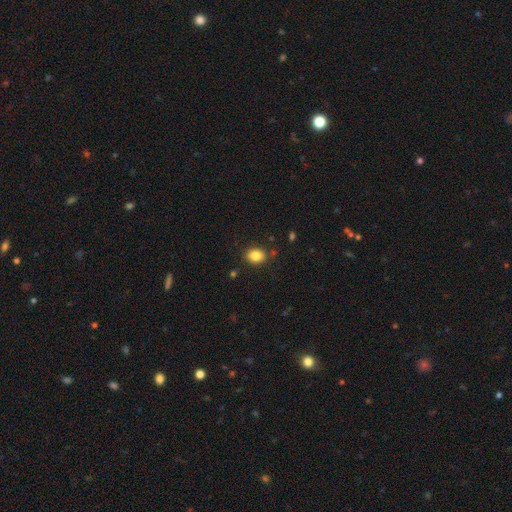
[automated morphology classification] Smooth or featured? smooth (85%)
How rounded? in between (54%)
Merging? none (85%)